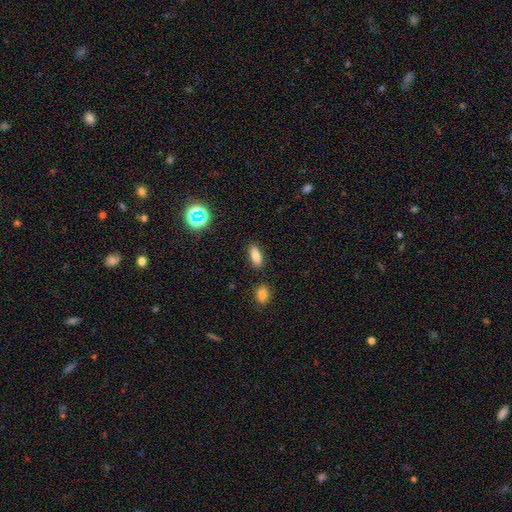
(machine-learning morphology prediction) Overall: smooth (79%). How rounded: in between (77%). Merging: none (86%).